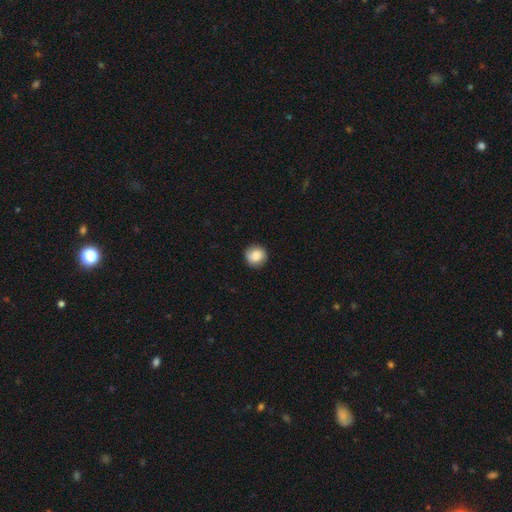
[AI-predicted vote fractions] smooth-or-featured: smooth: 83% | featured or disk: 10% | star or artifact: 8%
  how-rounded: round: 90% | in between: 9% | cigar-shaped: 1%
  merging: none: 88% | minor disturbance: 9% | major disturbance: 2% | merger: 1%